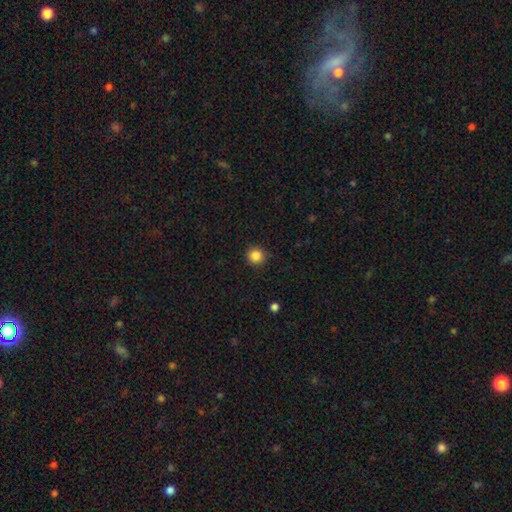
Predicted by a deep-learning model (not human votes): This is clearly a smooth galaxy (85%). How rounded: clearly round (94%). Merging: clearly none (89%).